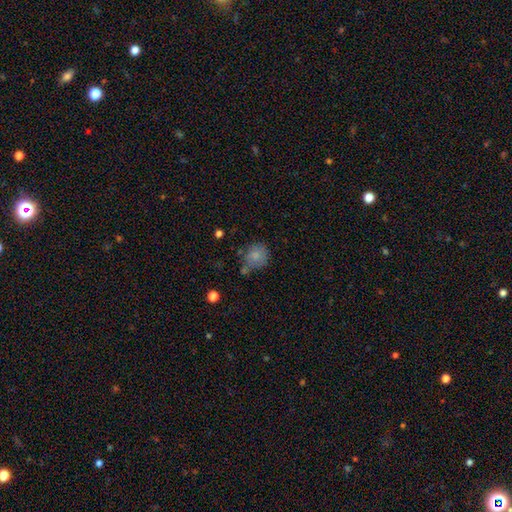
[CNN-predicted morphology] The model was most divided on "merging": none: 54%, minor disturbance: 24%, merger: 14%, major disturbance: 9%. More confident: smooth or featured — smooth (79%); how rounded — round (75%).